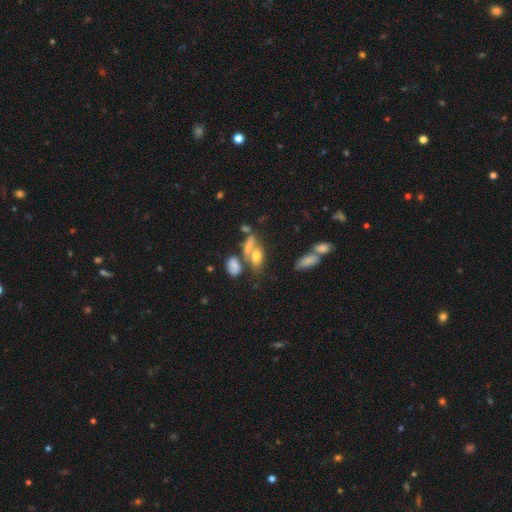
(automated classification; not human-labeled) This is possibly a smooth galaxy (56%). How rounded: likely in between (76%). Merging: marginally merger (39%).